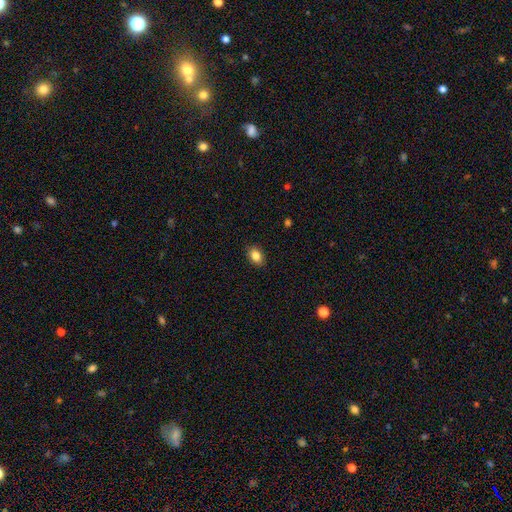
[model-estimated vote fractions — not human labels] This appears to be a smooth galaxy with no disk features (85%) that is in between round and cigar-shaped (78%). Merging: none (88%).